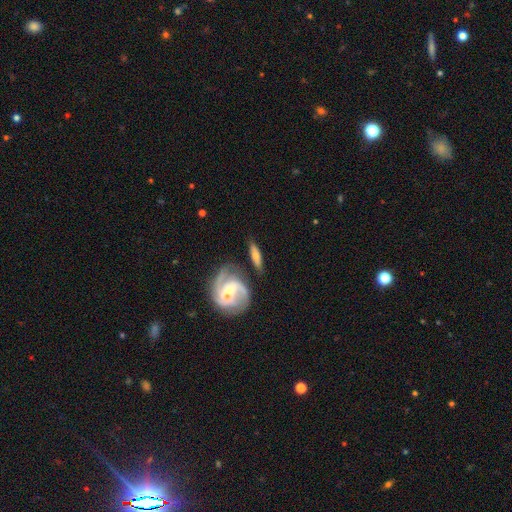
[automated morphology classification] smooth-or-featured: featured or disk: 53% | smooth: 40% | star or artifact: 7%
  disk-edge-on: no: 69% | yes: 31%
  merging: none: 63% | minor disturbance: 17% | merger: 13% | major disturbance: 7%